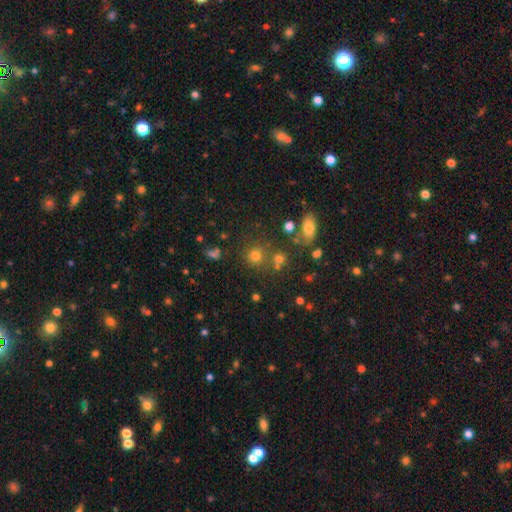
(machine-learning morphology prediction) smooth_or_featured: smooth (p=0.72) [alt: star or artifact p=0.20]
how_rounded: round (p=0.88) [alt: in between p=0.11]
merging: none (p=0.72) [alt: merger p=0.14]